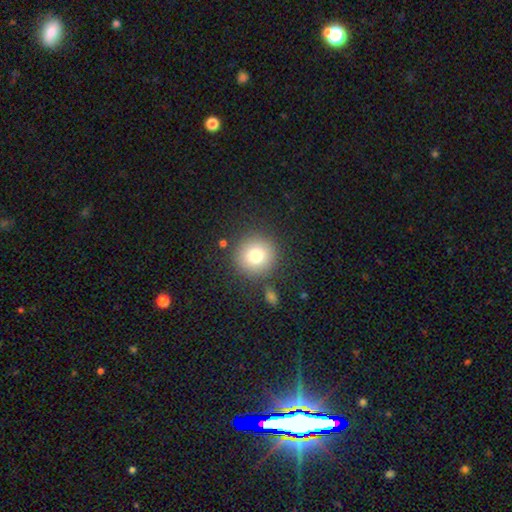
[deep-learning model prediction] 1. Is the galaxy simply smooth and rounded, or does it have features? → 78% smooth, 11% star or artifact, 10% featured or disk.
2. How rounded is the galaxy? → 95% round, 5% in between, 1% cigar-shaped.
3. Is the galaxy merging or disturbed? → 85% none, 8% minor disturbance, 4% merger, 3% major disturbance.